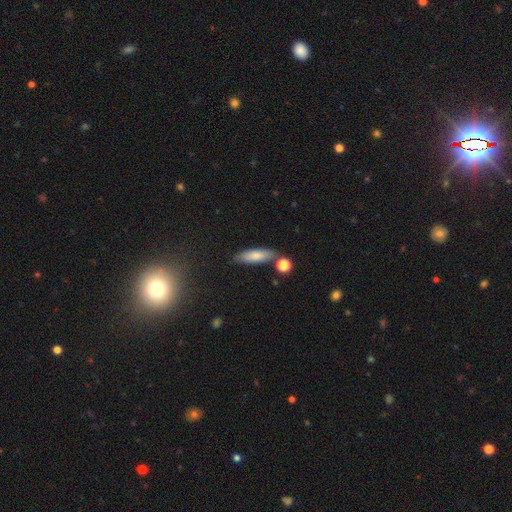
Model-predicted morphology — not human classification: A smooth galaxy with no disk features (77%) that is cigar-shaped (51%).

Vote fractions:
- Smooth or featured? smooth: 77% / featured or disk: 16% / star or artifact: 7%
- How rounded? cigar-shaped: 51% / in between: 46% / round: 3%
- Merging? none: 74% / minor disturbance: 13% / merger: 9% / major disturbance: 3%